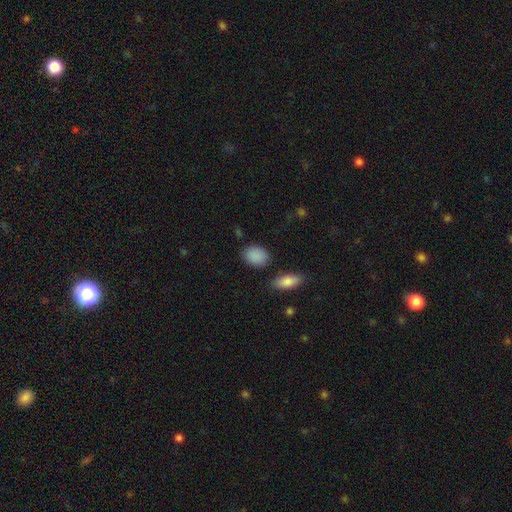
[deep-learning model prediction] A smooth galaxy with no disk features (89%) that is in between round and cigar-shaped (75%).

Vote fractions:
- Smooth or featured? smooth: 89% / star or artifact: 7% / featured or disk: 4%
- How rounded? in between: 75% / round: 23% / cigar-shaped: 2%
- Merging? none: 82% / minor disturbance: 12% / merger: 3% / major disturbance: 3%